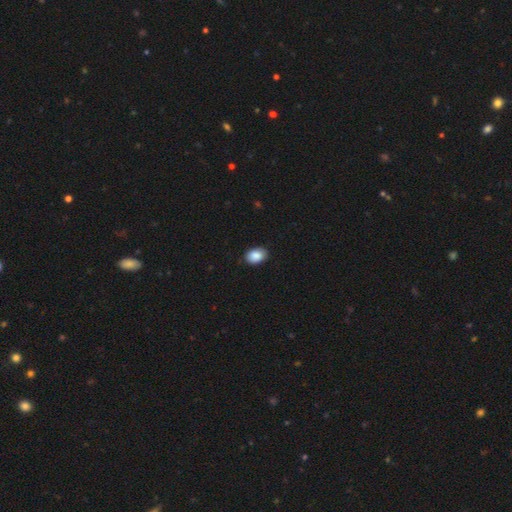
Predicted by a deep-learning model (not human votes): A smooth galaxy with no disk features (89%) that is in between round and cigar-shaped (79%). Merging: none (88%).